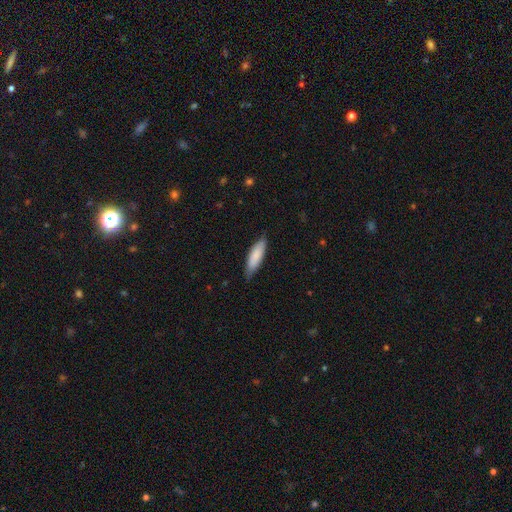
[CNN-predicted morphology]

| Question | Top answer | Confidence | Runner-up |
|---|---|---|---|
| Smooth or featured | smooth | 84% | featured or disk (11%) |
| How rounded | cigar-shaped | 50% | in between (48%) |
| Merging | none | 77% | minor disturbance (19%) |